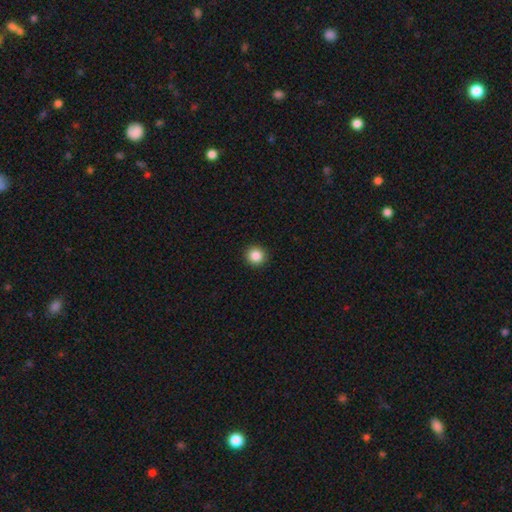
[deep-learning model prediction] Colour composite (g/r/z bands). It shows a smooth galaxy with no disk features (87%) that is round (94%). Merging: none (93%).